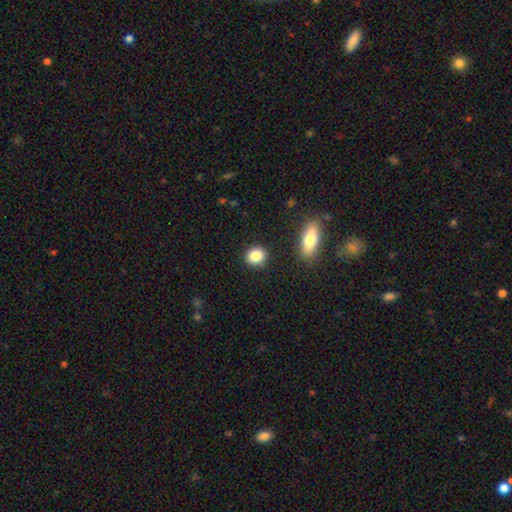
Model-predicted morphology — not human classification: Q: Smooth or featured?
A: smooth (86%); runner-up: star or artifact (9%)
Q: How rounded?
A: round (72%); runner-up: in between (27%)
Q: Merging?
A: none (88%); runner-up: minor disturbance (7%)